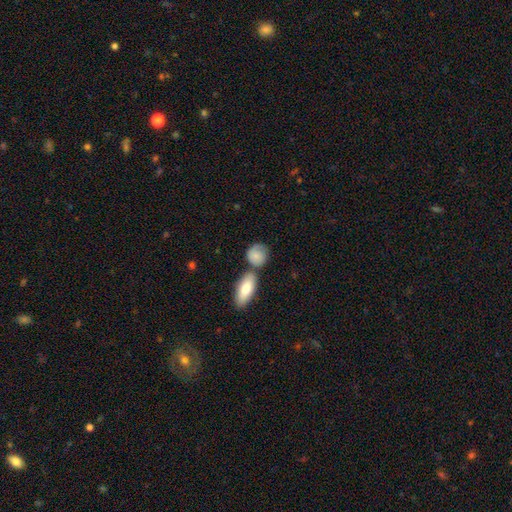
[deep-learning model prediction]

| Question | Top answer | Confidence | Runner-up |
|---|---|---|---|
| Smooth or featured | smooth | 81% | featured or disk (13%) |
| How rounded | round | 63% | in between (34%) |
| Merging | none | 53% | merger (23%) |